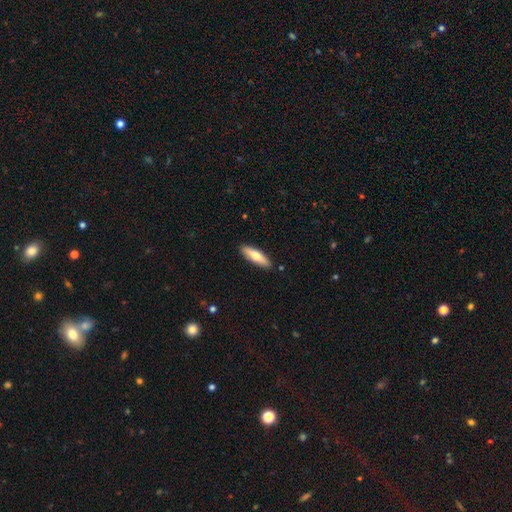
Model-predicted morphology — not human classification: A smooth galaxy with no disk features (67%) that is cigar-shaped (59%). Merging: none (89%).